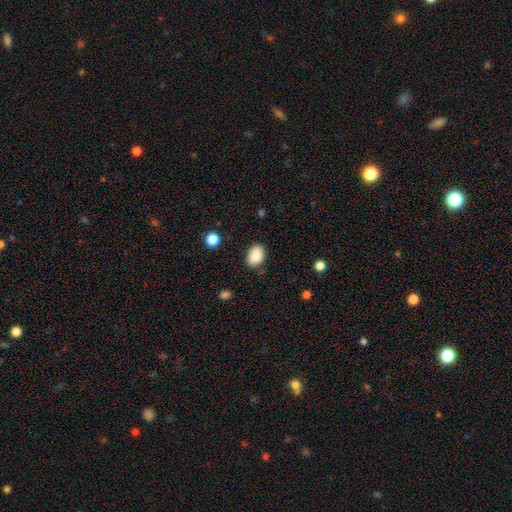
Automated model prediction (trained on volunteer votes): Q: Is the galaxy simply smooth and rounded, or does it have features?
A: smooth — 88%.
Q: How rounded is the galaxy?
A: in between — 78%.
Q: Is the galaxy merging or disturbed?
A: none — 83%.